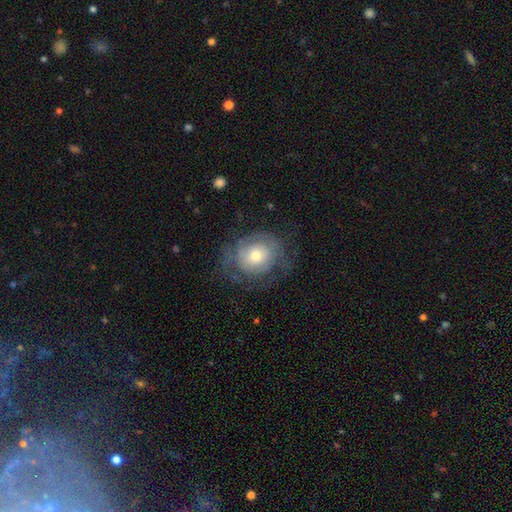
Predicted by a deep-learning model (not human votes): The model was most divided on "smooth or featured": featured or disk: 52%, smooth: 40%, star or artifact: 8%. More confident: edge-on disk — no (97%); bar — no (83%); spiral arms — yes (64%); merging — none (62%); bulge size — moderate (59%).